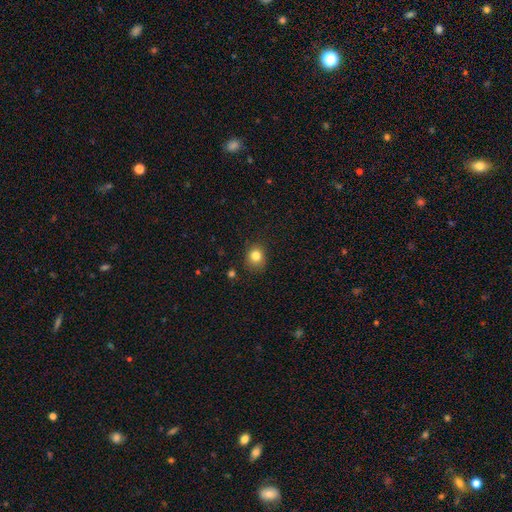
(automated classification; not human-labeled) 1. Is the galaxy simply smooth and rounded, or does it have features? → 83% smooth, 11% star or artifact, 6% featured or disk.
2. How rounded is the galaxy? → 78% round, 21% in between, 1% cigar-shaped.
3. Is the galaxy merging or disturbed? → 83% none, 12% minor disturbance, 3% major disturbance, 2% merger.